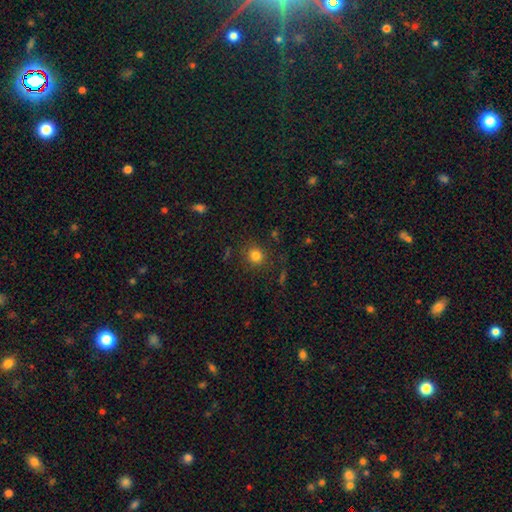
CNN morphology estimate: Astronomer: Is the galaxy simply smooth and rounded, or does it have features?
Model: smooth — 80%.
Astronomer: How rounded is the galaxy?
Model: round — 86%.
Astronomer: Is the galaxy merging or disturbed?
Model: none — 86%.